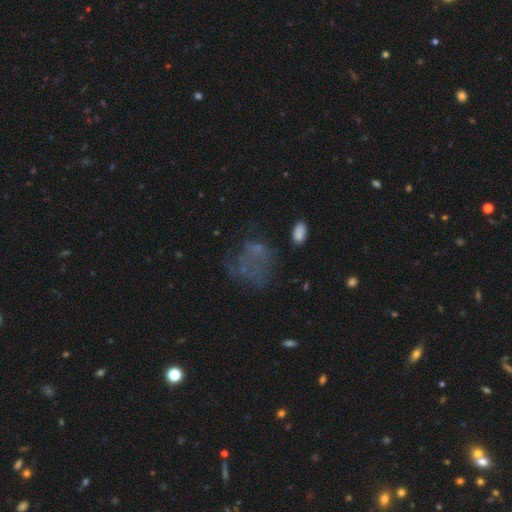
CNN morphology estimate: smooth_or_featured: smooth (p=0.37) [alt: featured or disk p=0.35]
merging: none (p=0.39) [alt: major disturbance p=0.35]